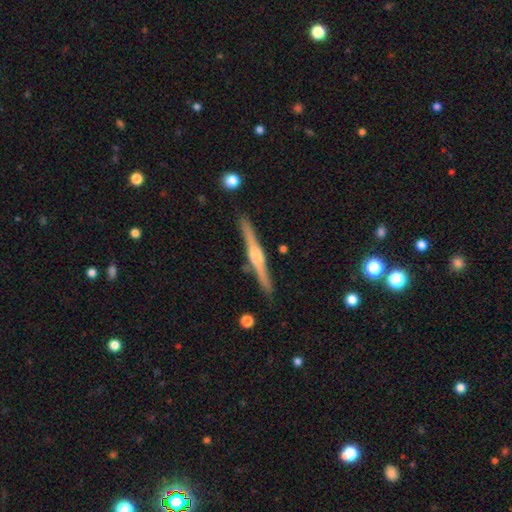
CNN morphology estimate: A featured or disk galaxy (79%) viewed edge-on (98%) with a rounded central bulge (83%). Merging: none (90%).